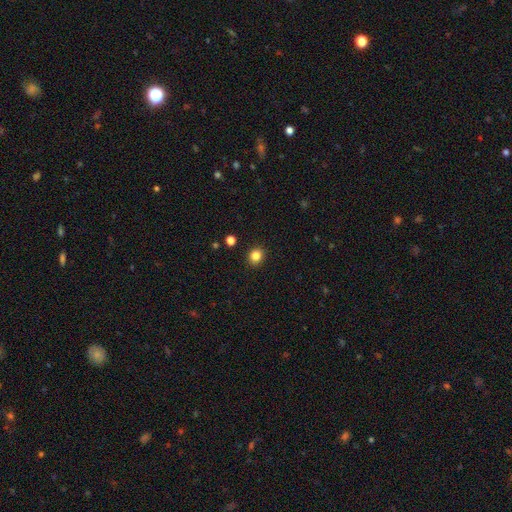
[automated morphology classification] Smooth or featured: smooth — 84% (star or artifact — 12%)
How rounded: round — 79% (in between — 20%)
Merging: none — 91% (minor disturbance — 6%)